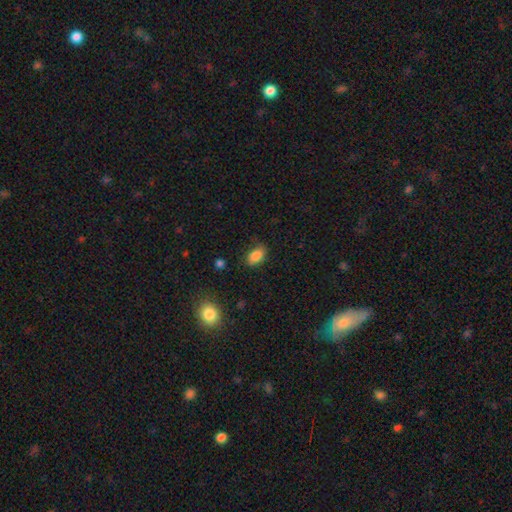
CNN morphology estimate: A smooth galaxy with no disk features (85%) that is in between round and cigar-shaped (89%).

Vote fractions:
- Smooth or featured? smooth: 85% / star or artifact: 9% / featured or disk: 6%
- How rounded? in between: 89% / round: 9% / cigar-shaped: 2%
- Merging? none: 73% / minor disturbance: 20% / major disturbance: 5% / merger: 2%